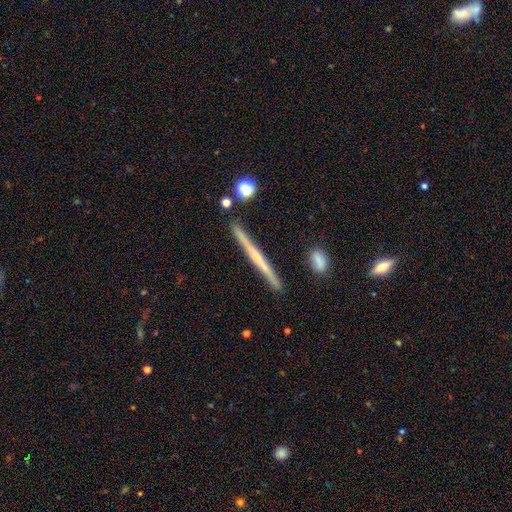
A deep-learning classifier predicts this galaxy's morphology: This appears to be a featured or disk galaxy (56%) viewed edge-on (98%) with no central bulge (80%). Merging: none (90%).